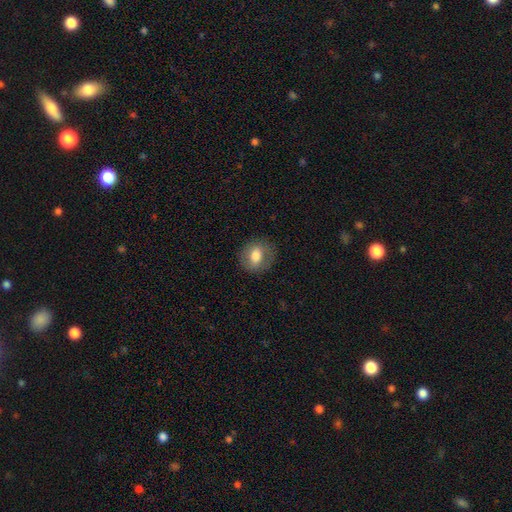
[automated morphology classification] Smooth or featured?
  - smooth: 67% *
  - featured or disk: 25%
  - star or artifact: 8%
How rounded?
  - round: 61% *
  - in between: 38%
  - cigar-shaped: 1%
Merging?
  - none: 82% *
  - minor disturbance: 12%
  - major disturbance: 5%
  - merger: 1%